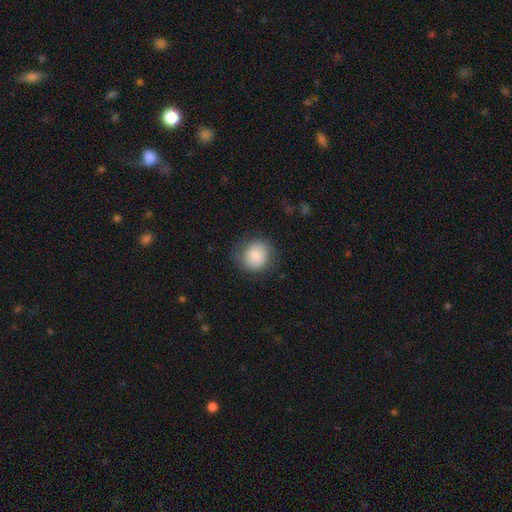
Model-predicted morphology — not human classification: A smooth galaxy with no disk features (79%) that is round (85%). Merging: none (76%).